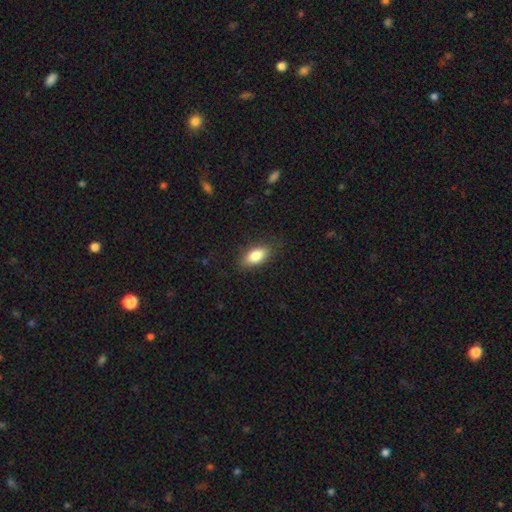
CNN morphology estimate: A smooth galaxy with no disk features (83%) that is in between round and cigar-shaped (89%). Merging: none (83%).